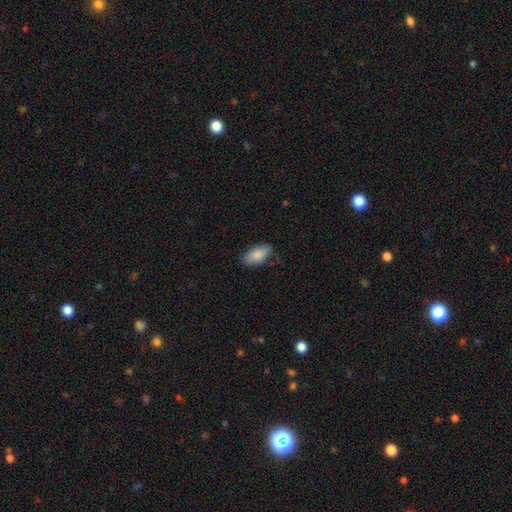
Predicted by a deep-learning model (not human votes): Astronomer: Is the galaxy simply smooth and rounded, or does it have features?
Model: smooth — 85%.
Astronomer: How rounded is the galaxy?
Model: in between — 92%.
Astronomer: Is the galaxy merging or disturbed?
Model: none — 79%.